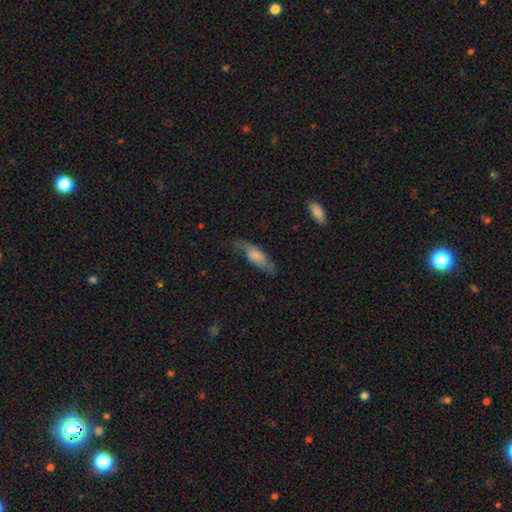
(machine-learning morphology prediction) Smooth or featured?
  - smooth: 57% *
  - featured or disk: 35%
  - star or artifact: 7%
How rounded?
  - in between: 62% *
  - cigar-shaped: 35%
  - round: 3%
Merging?
  - none: 56% *
  - minor disturbance: 27%
  - major disturbance: 14%
  - merger: 2%